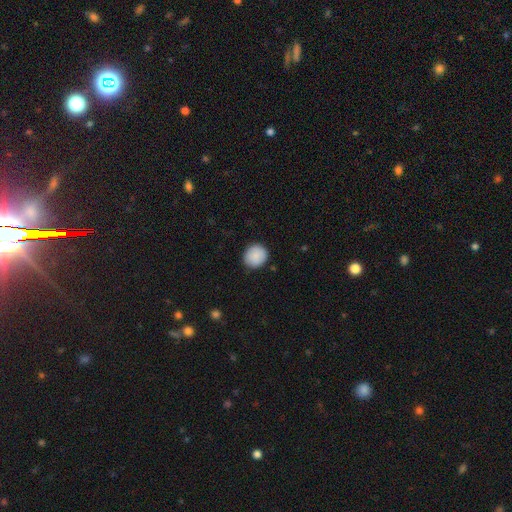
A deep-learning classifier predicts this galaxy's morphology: Smooth or featured: smooth — 89% (star or artifact — 7%)
How rounded: round — 88% (in between — 11%)
Merging: none — 88% (minor disturbance — 9%)